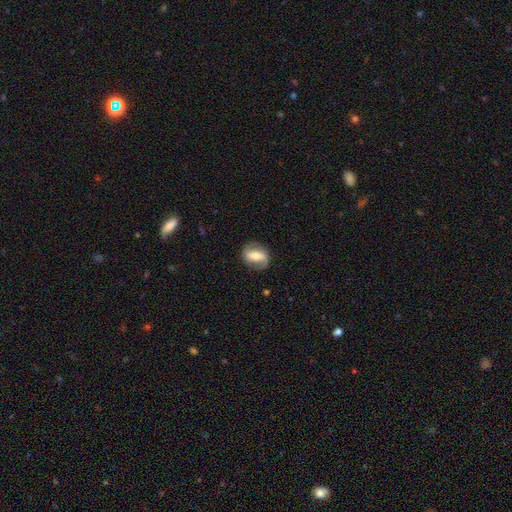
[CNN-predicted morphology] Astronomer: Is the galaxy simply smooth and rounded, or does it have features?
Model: featured or disk — 57% (runner-up: smooth, 36%).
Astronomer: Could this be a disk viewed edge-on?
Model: no — 92%.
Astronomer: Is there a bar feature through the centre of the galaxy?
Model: strong — 53% (runner-up: weak, 29%).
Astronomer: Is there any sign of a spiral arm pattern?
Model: yes — 69%.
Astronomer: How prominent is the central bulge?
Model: moderate — 56%.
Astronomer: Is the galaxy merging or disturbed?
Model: none — 78%.